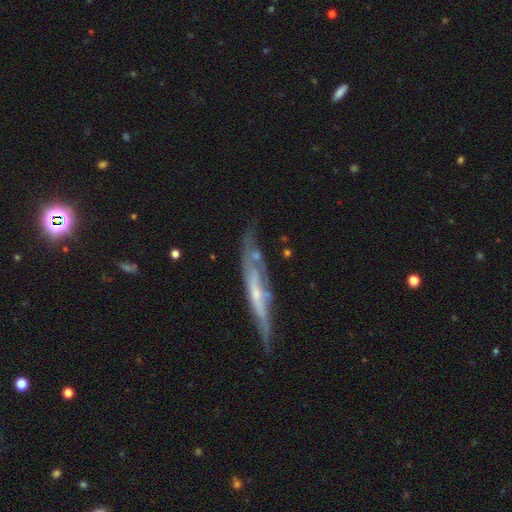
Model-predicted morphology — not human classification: Q: Smooth or featured?
A: featured or disk (70%); runner-up: smooth (23%)
Q: Edge-on disk?
A: yes (67%); runner-up: no (33%)
Q: Merging?
A: none (53%); runner-up: minor disturbance (27%)